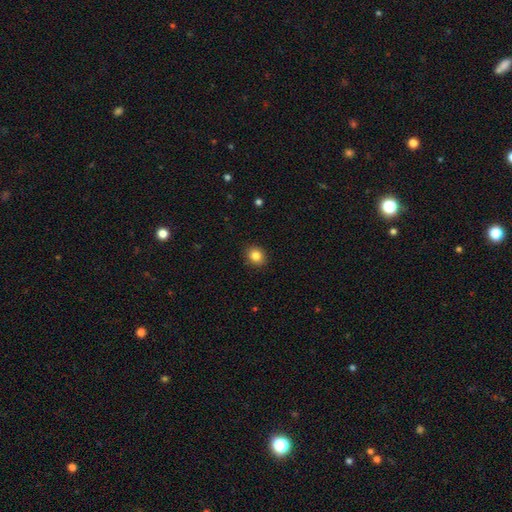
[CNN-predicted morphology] Overall: smooth (84%). How rounded: round (60%; in between 39%). Merging: none (90%).